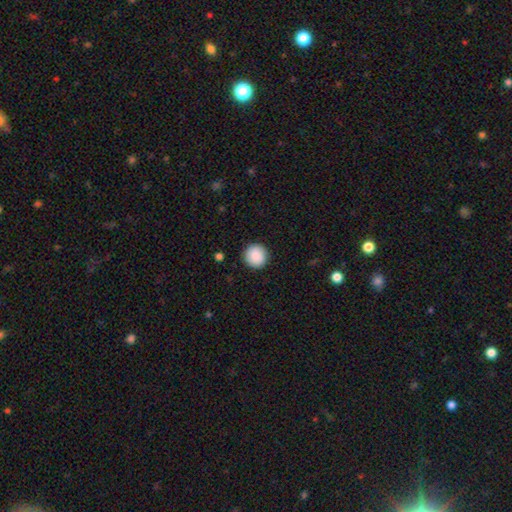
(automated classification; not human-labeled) Overall: smooth (89%). How rounded: round (95%). Merging: none (92%).